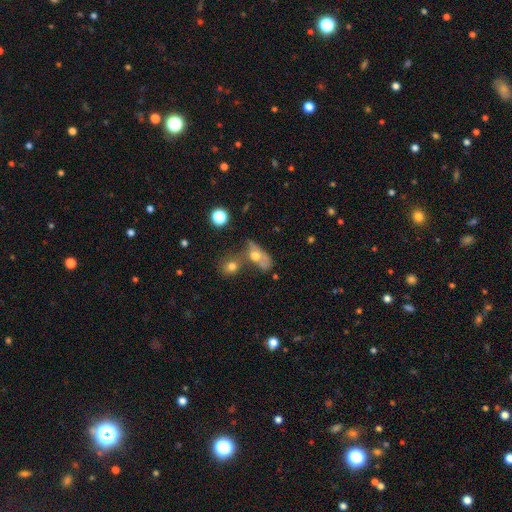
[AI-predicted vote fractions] Morphology: type=smooth (59%); roundness=in between (71%); merging=merger (50%).